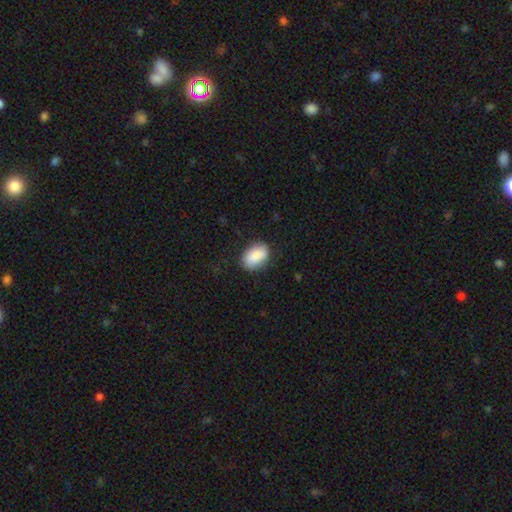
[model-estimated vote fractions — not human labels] Q: Smooth or featured?
A: smooth (88%); runner-up: star or artifact (6%)
Q: How rounded?
A: in between (87%); runner-up: round (12%)
Q: Merging?
A: none (82%); runner-up: minor disturbance (14%)